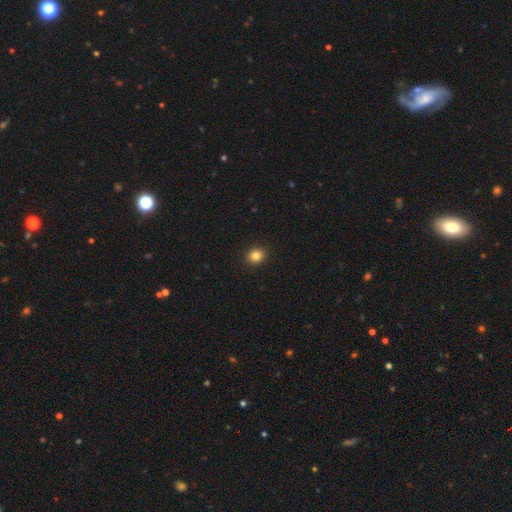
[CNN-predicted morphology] Smooth or featured: smooth — 84% (star or artifact — 11%)
How rounded: round — 79% (in between — 20%)
Merging: none — 92% (minor disturbance — 5%)